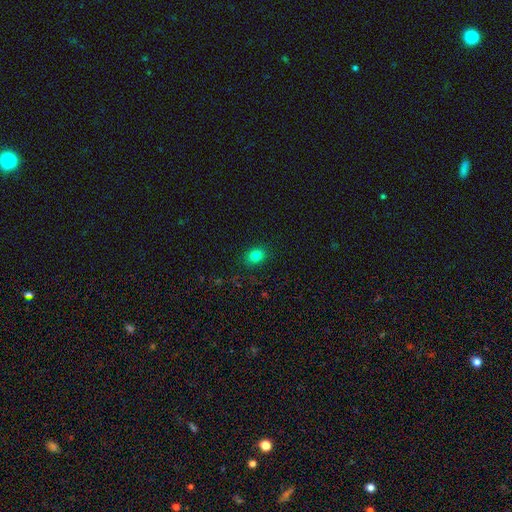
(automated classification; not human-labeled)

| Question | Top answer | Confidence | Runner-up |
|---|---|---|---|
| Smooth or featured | smooth | 81% | star or artifact (13%) |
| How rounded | in between | 56% | round (43%) |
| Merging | none | 87% | minor disturbance (9%) |